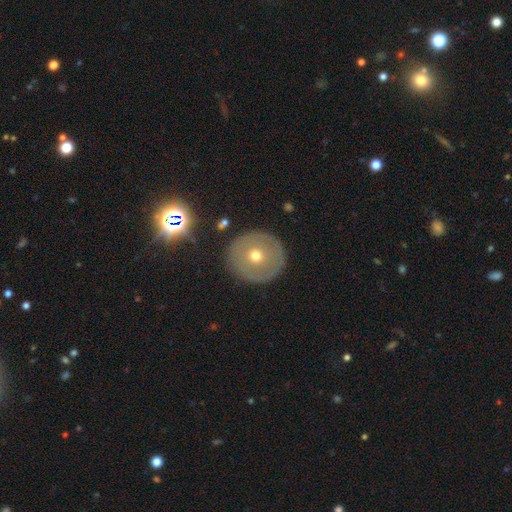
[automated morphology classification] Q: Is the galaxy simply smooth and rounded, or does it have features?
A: smooth — 48%.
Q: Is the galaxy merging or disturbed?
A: none — 85%.